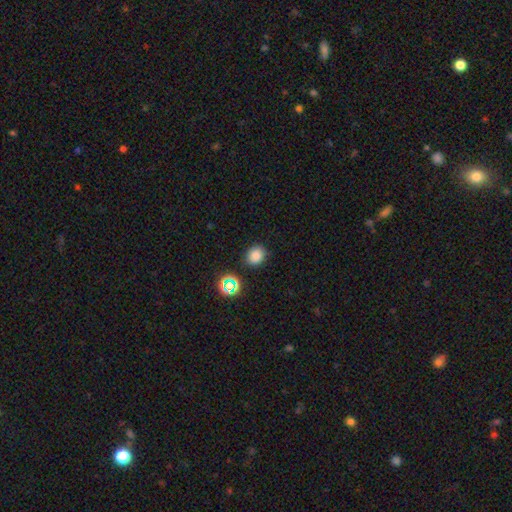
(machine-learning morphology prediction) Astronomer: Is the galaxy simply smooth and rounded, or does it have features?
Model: smooth — 78%.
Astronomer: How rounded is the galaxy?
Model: round — 69%.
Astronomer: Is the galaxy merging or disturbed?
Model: none — 84%.